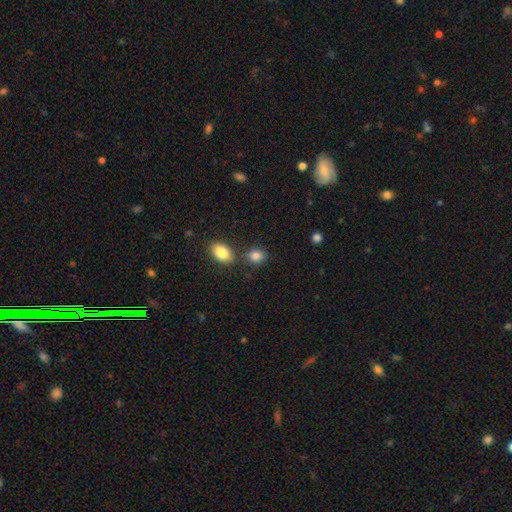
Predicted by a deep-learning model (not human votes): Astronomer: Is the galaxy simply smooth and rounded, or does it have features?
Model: smooth — 85%.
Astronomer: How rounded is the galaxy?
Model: in between — 54% (runner-up: round, 45%).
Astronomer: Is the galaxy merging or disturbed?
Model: none — 71%.